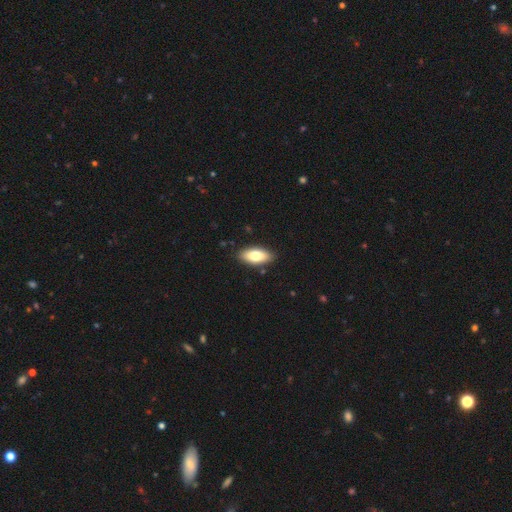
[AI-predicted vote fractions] smooth_or_featured: smooth (p=0.77) [alt: featured or disk p=0.17]
how_rounded: in between (p=0.87) [alt: cigar-shaped p=0.10]
merging: none (p=0.88) [alt: minor disturbance p=0.09]